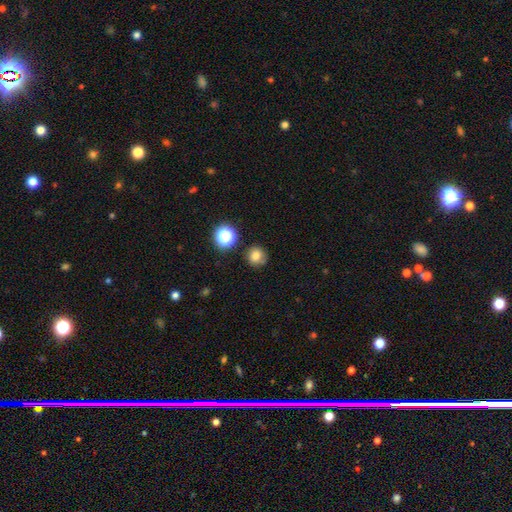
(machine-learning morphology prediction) type=smooth (79%); roundness=round (86%); merging=none (80%).